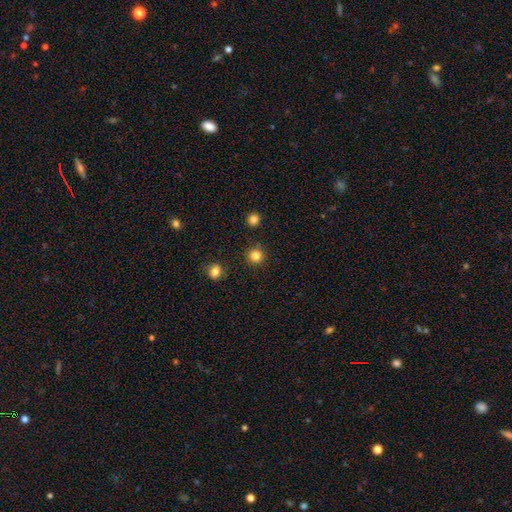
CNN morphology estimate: Q: Smooth or featured?
A: smooth (83%); runner-up: star or artifact (13%)
Q: How rounded?
A: round (95%); runner-up: in between (4%)
Q: Merging?
A: none (90%); runner-up: minor disturbance (6%)